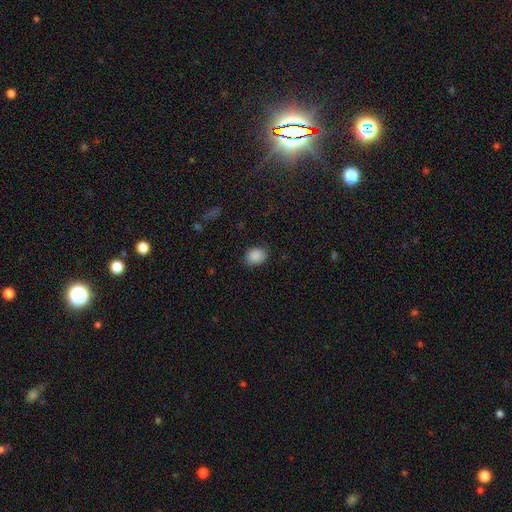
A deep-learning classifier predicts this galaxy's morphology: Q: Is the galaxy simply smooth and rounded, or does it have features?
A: smooth — 88%.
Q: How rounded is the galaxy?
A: in between — 56%.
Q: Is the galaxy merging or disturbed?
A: none — 79%.